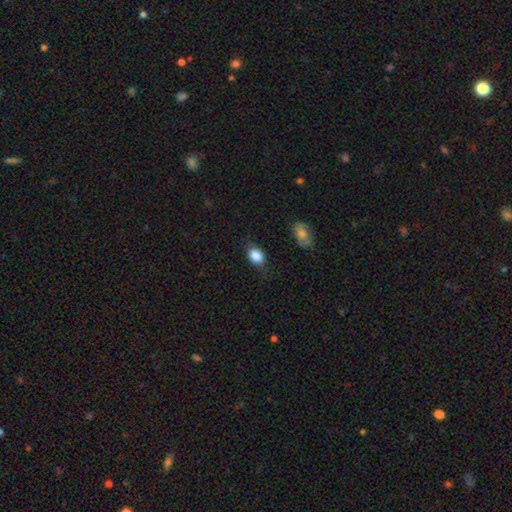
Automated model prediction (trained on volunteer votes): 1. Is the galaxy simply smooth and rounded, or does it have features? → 85% smooth, 8% star or artifact, 7% featured or disk.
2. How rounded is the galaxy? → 78% in between, 20% round, 2% cigar-shaped.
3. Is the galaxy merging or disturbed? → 66% none, 24% minor disturbance, 7% major disturbance, 2% merger.